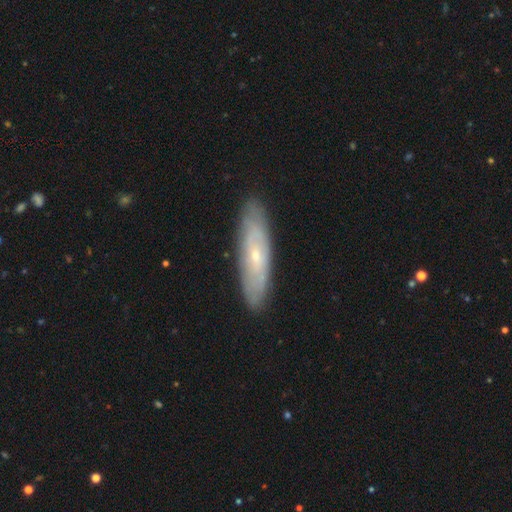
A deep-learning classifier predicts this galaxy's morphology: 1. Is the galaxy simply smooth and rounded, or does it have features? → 61% featured or disk, 33% smooth, 6% star or artifact.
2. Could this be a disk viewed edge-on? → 65% no, 35% yes.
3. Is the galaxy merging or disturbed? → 87% none, 10% minor disturbance, 2% major disturbance, 1% merger.